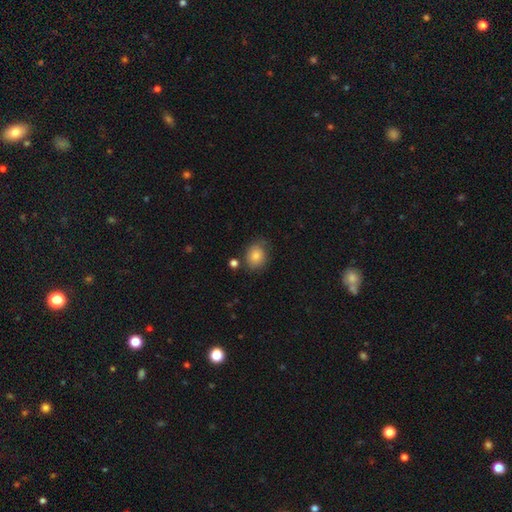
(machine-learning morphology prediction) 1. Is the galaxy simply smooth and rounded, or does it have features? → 81% smooth, 10% featured or disk, 10% star or artifact.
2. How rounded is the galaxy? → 61% round, 38% in between, 1% cigar-shaped.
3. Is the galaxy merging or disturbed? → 70% none, 20% minor disturbance, 5% major disturbance, 5% merger.